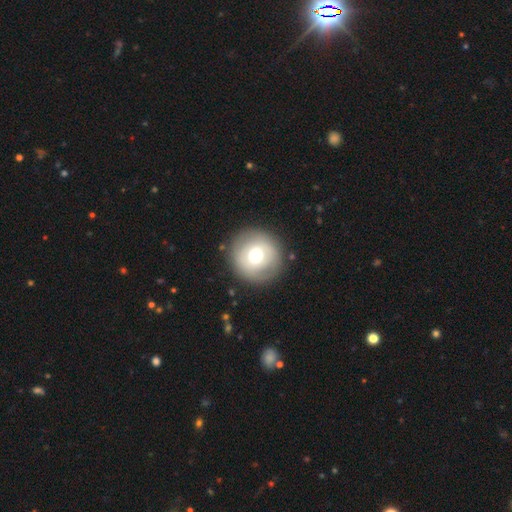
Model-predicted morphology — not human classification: A smooth galaxy with no disk features (63%) that is round (95%). Merging: none (86%).